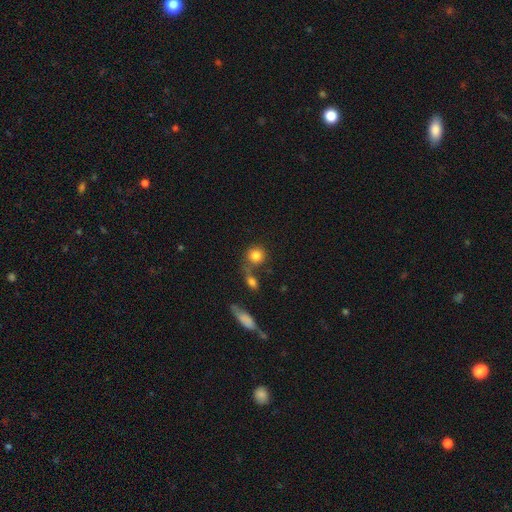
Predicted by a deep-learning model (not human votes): Smooth or featured: smooth — 82% (star or artifact — 9%)
How rounded: round — 87% (in between — 12%)
Merging: none — 52% (merger — 31%)